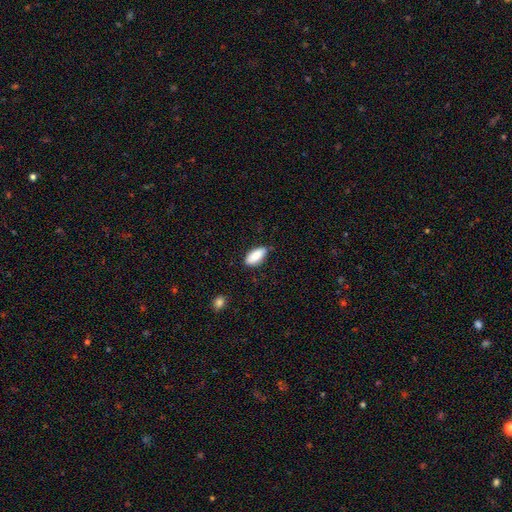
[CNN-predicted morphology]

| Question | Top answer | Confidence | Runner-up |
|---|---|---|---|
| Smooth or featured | smooth | 87% | featured or disk (7%) |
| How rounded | in between | 89% | cigar-shaped (9%) |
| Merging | none | 79% | minor disturbance (17%) |